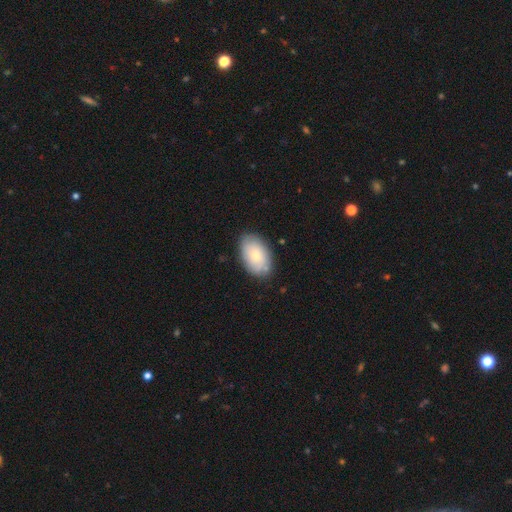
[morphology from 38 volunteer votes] Smooth or featured?
  - smooth: 76% *
  - featured or disk: 18%
  - star or artifact: 5%
How rounded?
  - in between: 90% *
  - round: 10%
  - cigar-shaped: 0%
Merging?
  - none: 72% *
  - minor disturbance: 19%
  - major disturbance: 6%
  - merger: 3%